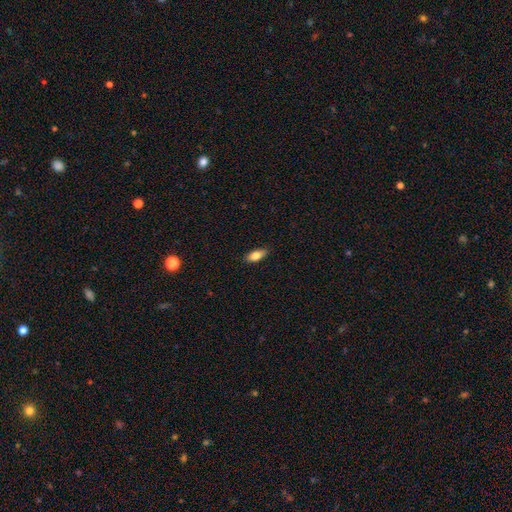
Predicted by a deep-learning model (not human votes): smooth_or_featured: smooth (p=0.78) [alt: featured or disk p=0.15]
how_rounded: in between (p=0.80) [alt: cigar-shaped p=0.17]
merging: none (p=0.85) [alt: minor disturbance p=0.12]